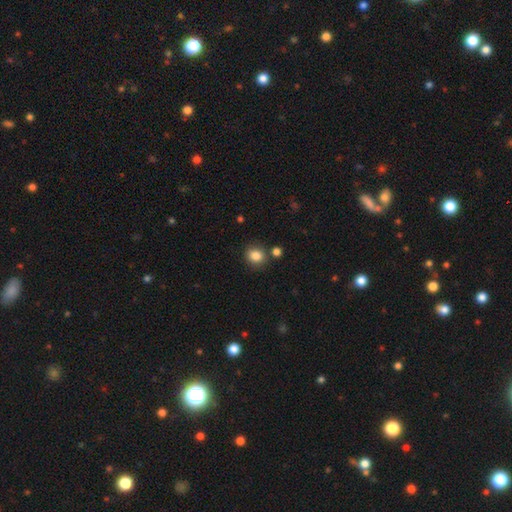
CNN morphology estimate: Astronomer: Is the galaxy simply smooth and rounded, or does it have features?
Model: smooth — 84%.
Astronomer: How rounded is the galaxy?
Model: round — 75%.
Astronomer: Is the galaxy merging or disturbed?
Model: none — 79%.